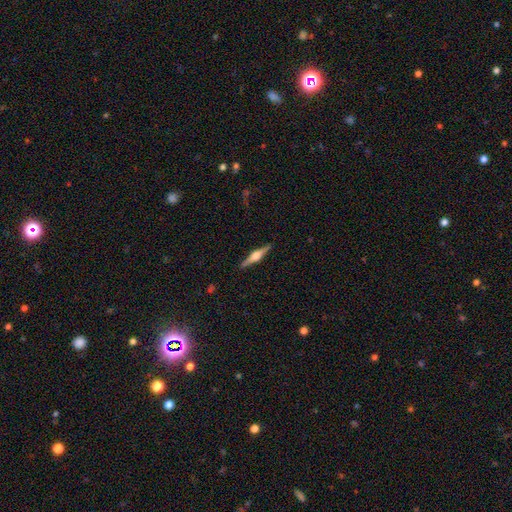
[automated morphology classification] A featured or disk galaxy (76%) viewed edge-on (98%) with a rounded central bulge (87%).

Vote fractions:
- Smooth or featured? featured or disk: 76% / smooth: 18% / star or artifact: 5%
- Edge-on disk? yes: 98% / no: 2%
- Edge-on bulge? rounded: 87% / boxy: 10% / none: 2%
- Merging? none: 91% / minor disturbance: 7% / major disturbance: 2% / merger: 1%